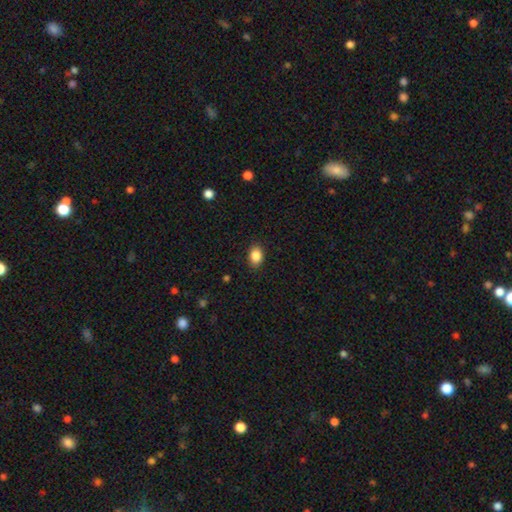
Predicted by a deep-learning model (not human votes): Smooth or featured?
  - smooth: 87% *
  - star or artifact: 9%
  - featured or disk: 4%
How rounded?
  - in between: 75% *
  - round: 24%
  - cigar-shaped: 1%
Merging?
  - none: 87% *
  - minor disturbance: 9%
  - major disturbance: 2%
  - merger: 1%